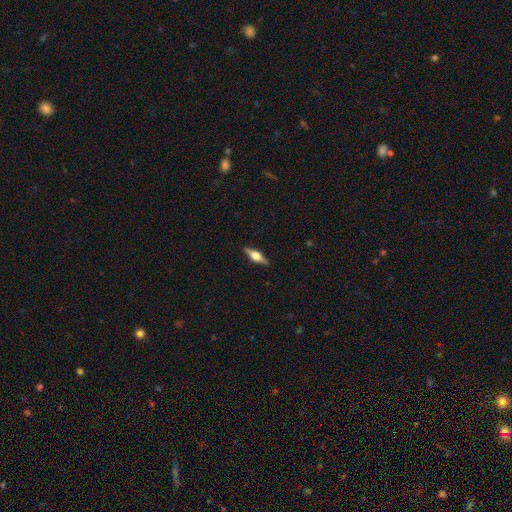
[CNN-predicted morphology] Smooth or featured? Predicted: featured or disk (p=0.64). Edge-on disk? Predicted: yes (p=0.96). Edge-on bulge? Predicted: rounded (p=0.92). Merging? Predicted: none (p=0.89).